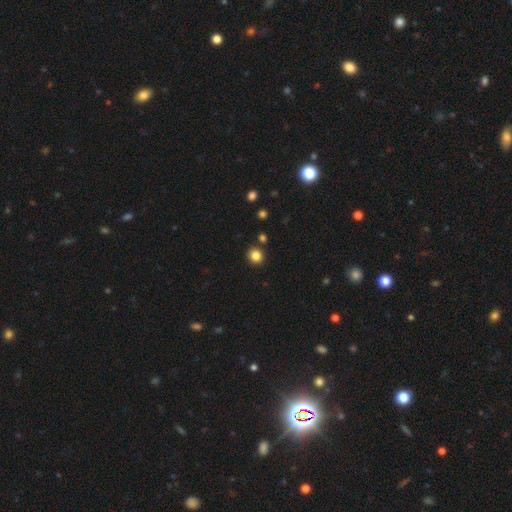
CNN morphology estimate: Smooth or featured? smooth (84%)
How rounded? round (88%)
Merging? none (87%)